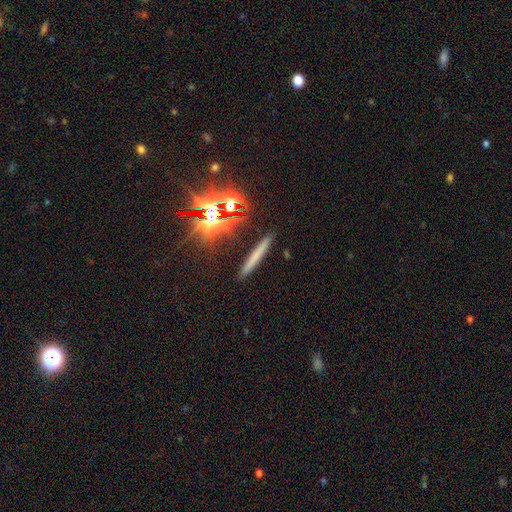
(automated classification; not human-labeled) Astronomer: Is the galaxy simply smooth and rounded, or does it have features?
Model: smooth — 54%.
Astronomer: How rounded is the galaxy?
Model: cigar-shaped — 94%.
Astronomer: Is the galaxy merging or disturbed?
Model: none — 90%.